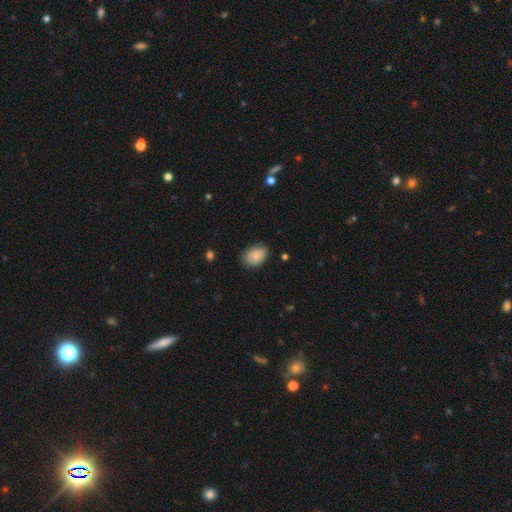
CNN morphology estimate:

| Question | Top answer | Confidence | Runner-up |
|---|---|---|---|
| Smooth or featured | smooth | 81% | featured or disk (12%) |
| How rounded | in between | 79% | round (20%) |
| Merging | none | 77% | minor disturbance (18%) |